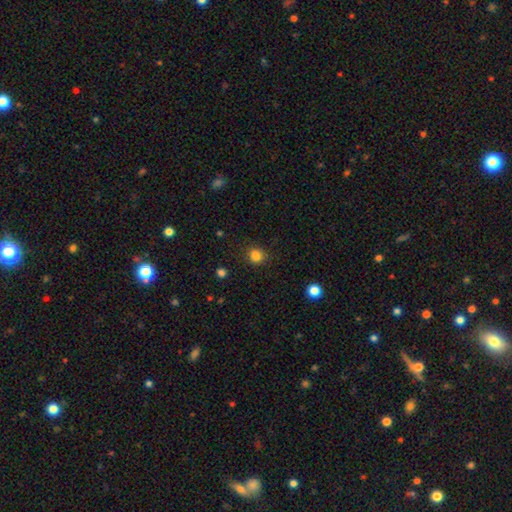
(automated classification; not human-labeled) Q: Smooth or featured?
A: smooth (82%); runner-up: star or artifact (14%)
Q: How rounded?
A: round (74%); runner-up: in between (25%)
Q: Merging?
A: none (82%); runner-up: minor disturbance (12%)